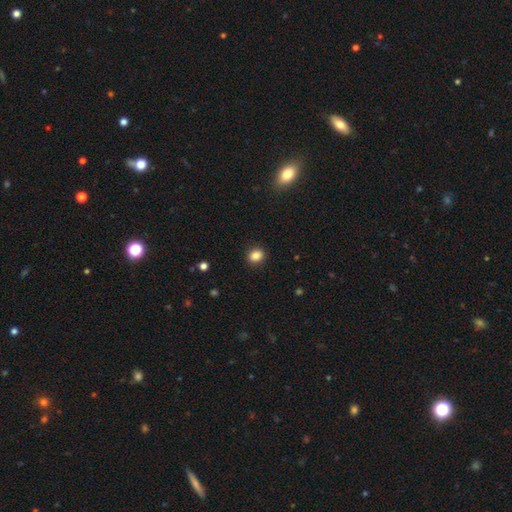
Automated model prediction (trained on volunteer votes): Smooth or featured? Predicted: smooth (p=0.85). How rounded? Predicted: round (p=0.59). Merging? Predicted: none (p=0.90).